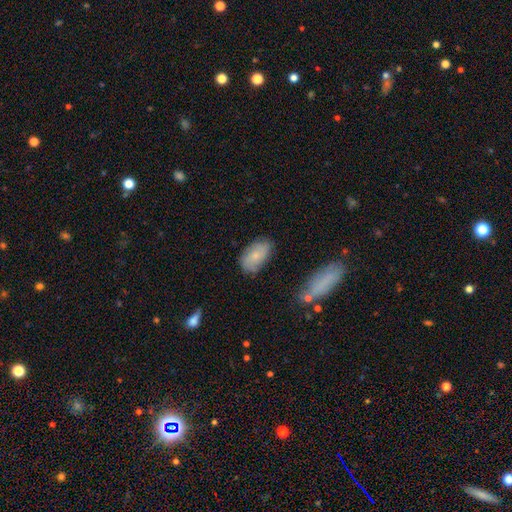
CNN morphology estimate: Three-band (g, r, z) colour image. It shows a smooth galaxy with no disk features (68%) that is in between round and cigar-shaped (93%). Merging: none (74%).